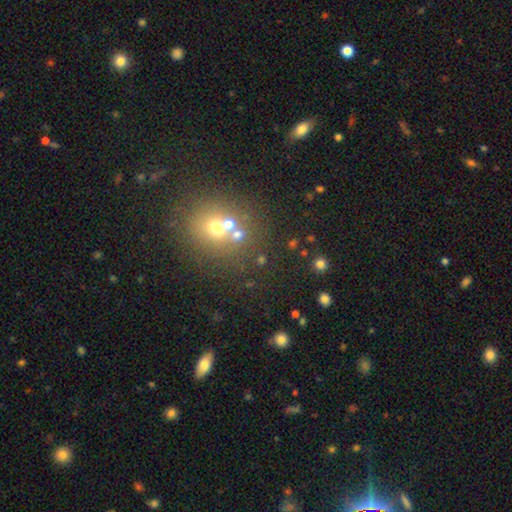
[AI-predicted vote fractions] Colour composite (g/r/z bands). It shows a smooth galaxy with no disk features (47%). Merging: none (52%).